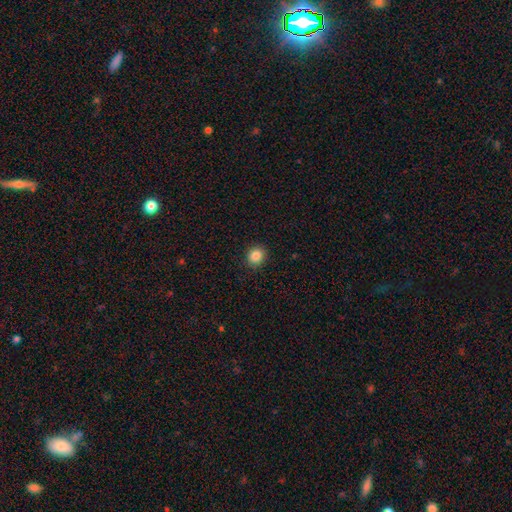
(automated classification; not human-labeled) Overall: smooth (86%). How rounded: round (78%). Merging: none (90%).